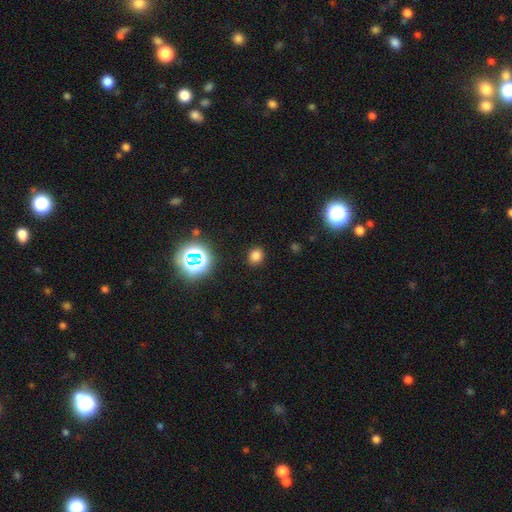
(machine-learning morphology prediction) Smooth or featured? smooth (75%)
How rounded? round (74%)
Merging? none (88%)